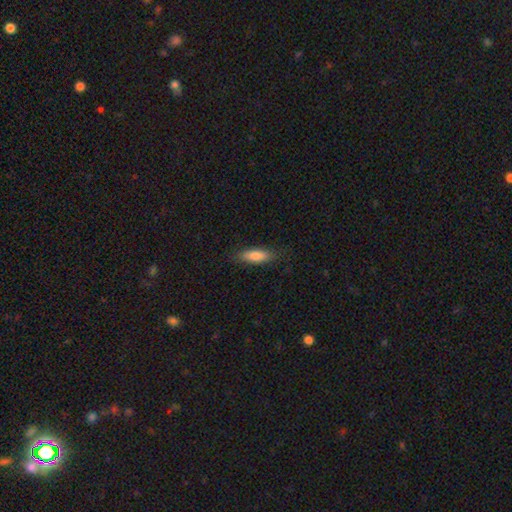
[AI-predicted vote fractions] smooth-or-featured: smooth: 82% | featured or disk: 11% | star or artifact: 6%
  how-rounded: in between: 52% | cigar-shaped: 47% | round: 2%
  merging: none: 84% | minor disturbance: 12% | major disturbance: 3% | merger: 1%